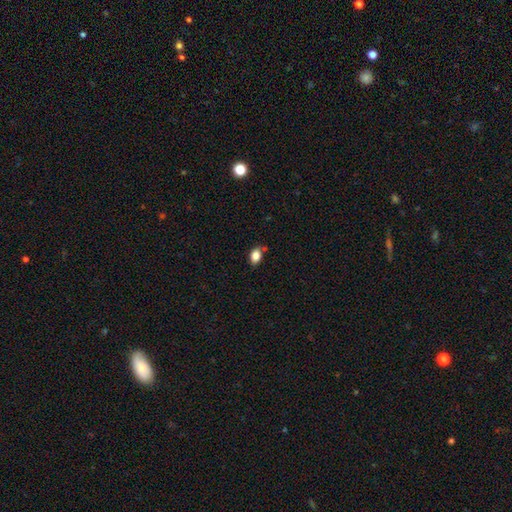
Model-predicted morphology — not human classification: Smooth or featured? Predicted: smooth (p=0.84). How rounded? Predicted: in between (p=0.79). Merging? Predicted: none (p=0.68).